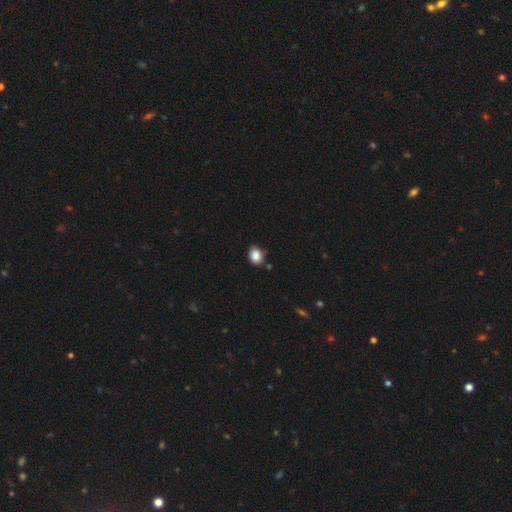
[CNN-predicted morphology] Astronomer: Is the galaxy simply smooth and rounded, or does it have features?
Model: smooth — 87%.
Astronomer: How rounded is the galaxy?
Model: round — 53% (runner-up: in between, 46%).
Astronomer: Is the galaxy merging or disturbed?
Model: none — 80%.